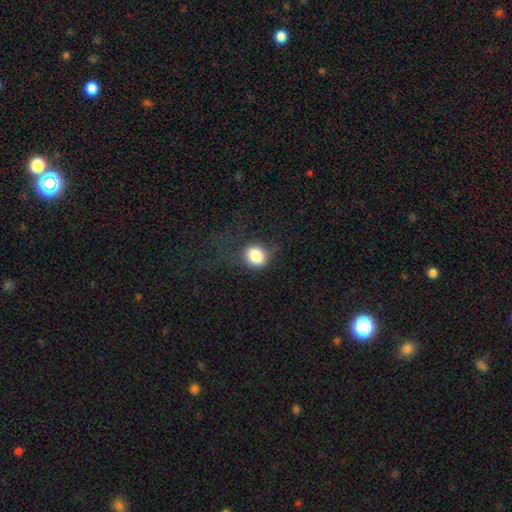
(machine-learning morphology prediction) The model was most divided on "merging": none: 53%, minor disturbance: 25%, major disturbance: 20%, merger: 2%. More confident: smooth or featured — smooth (82%); how rounded — round (79%).